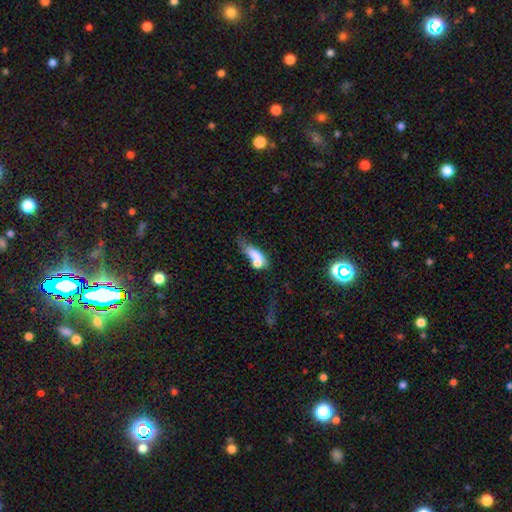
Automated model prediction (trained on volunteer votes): Smooth or featured?
  - smooth: 62% *
  - featured or disk: 27%
  - star or artifact: 11%
How rounded?
  - in between: 69% *
  - cigar-shaped: 21%
  - round: 10%
Merging?
  - merger: 49% *
  - major disturbance: 20%
  - none: 17%
  - minor disturbance: 14%